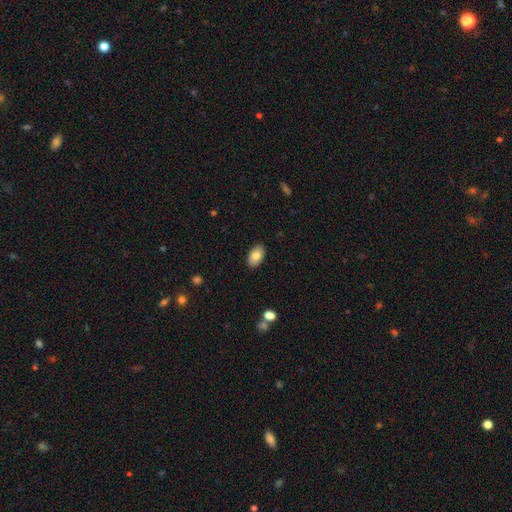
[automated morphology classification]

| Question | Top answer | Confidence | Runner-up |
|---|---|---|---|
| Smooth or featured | smooth | 81% | featured or disk (12%) |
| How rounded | in between | 93% | round (6%) |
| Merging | none | 88% | minor disturbance (9%) |